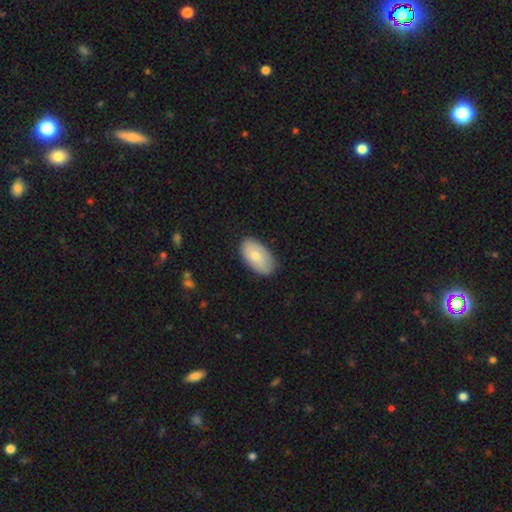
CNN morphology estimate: Overall: smooth (71%). How rounded: in between (95%). Merging: none (82%).